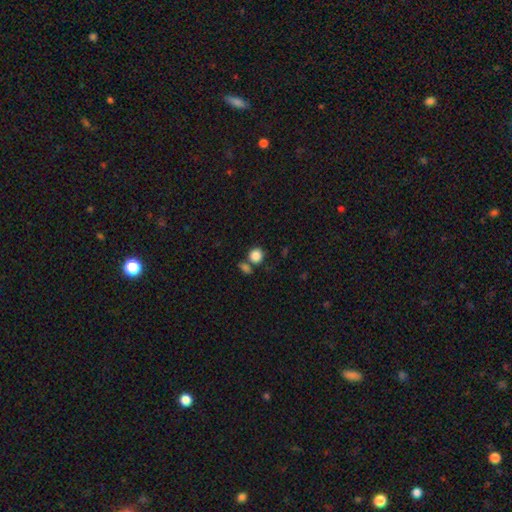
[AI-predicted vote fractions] This appears to be a smooth galaxy with no disk features (86%) that is round (83%). Merging: none (63%).